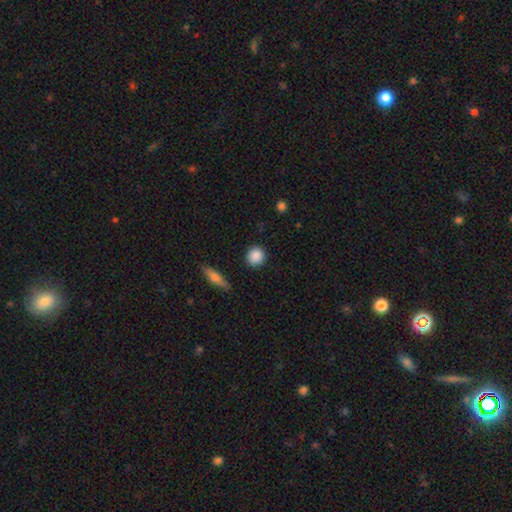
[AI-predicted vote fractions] smooth_or_featured: smooth (p=0.88) [alt: star or artifact p=0.08]
how_rounded: round (p=0.89) [alt: in between p=0.09]
merging: none (p=0.89) [alt: minor disturbance p=0.07]